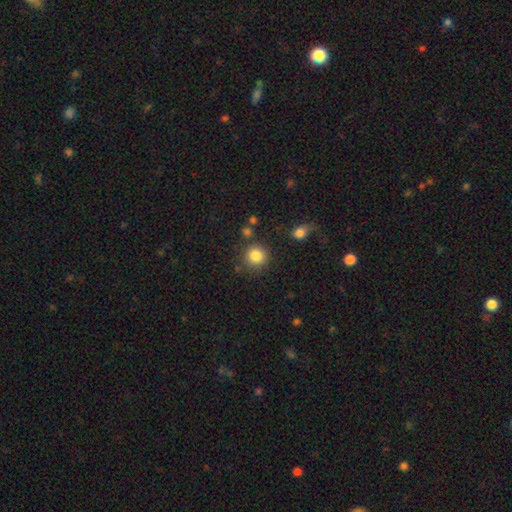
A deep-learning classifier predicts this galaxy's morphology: Smooth or featured? Predicted: smooth (p=0.85). How rounded? Predicted: round (p=0.90). Merging? Predicted: none (p=0.81).